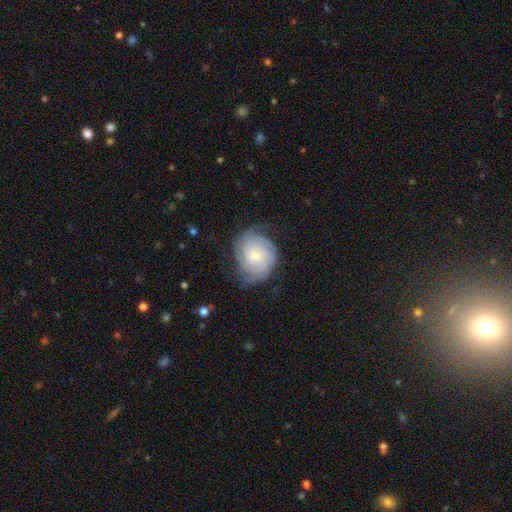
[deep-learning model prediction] Morphology: type=featured or disk (75%); edge-on=no (98%); bar=no (75%); spiral arms=yes (94%); winding=tight (69%); arm count=can't tell (35%); bulge=small (73%); merging=none (71%).